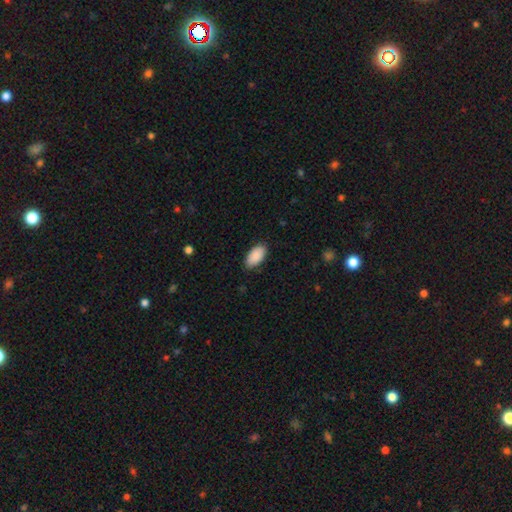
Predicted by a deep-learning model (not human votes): A smooth galaxy with no disk features (90%) that is in between round and cigar-shaped (95%).

Vote fractions:
- Smooth or featured? smooth: 90% / star or artifact: 6% / featured or disk: 4%
- How rounded? in between: 95% / cigar-shaped: 3% / round: 2%
- Merging? none: 85% / minor disturbance: 12% / major disturbance: 2% / merger: 1%